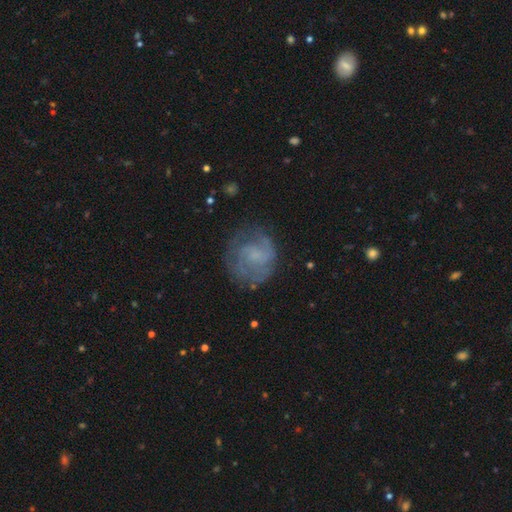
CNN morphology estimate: The model was most divided on "spiral winding": tight: 41%, medium: 40%, loose: 19%. Remaining: edge-on disk — no (98%); spiral arms — yes (83%); smooth or featured — featured or disk (67%); merging — none (66%); bar — no (58%); spiral arm count — 2 (47%); bulge size — none (46%).